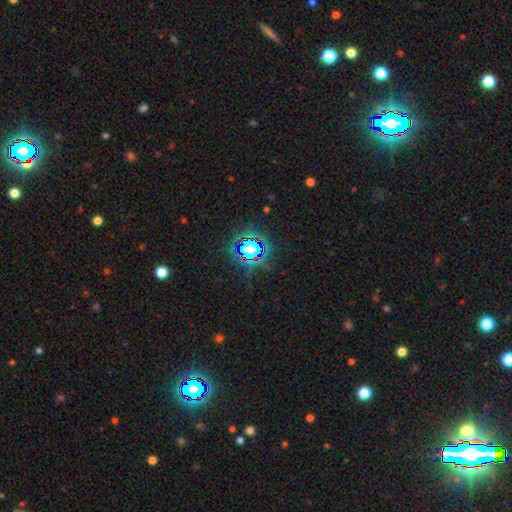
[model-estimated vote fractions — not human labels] Overall: star or artifact (76%).